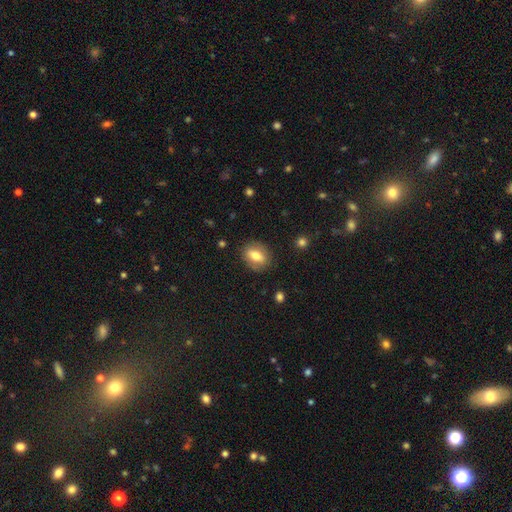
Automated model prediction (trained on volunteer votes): Smooth or featured: smooth — 71% (featured or disk — 21%)
How rounded: in between — 71% (round — 27%)
Merging: none — 84% (minor disturbance — 11%)